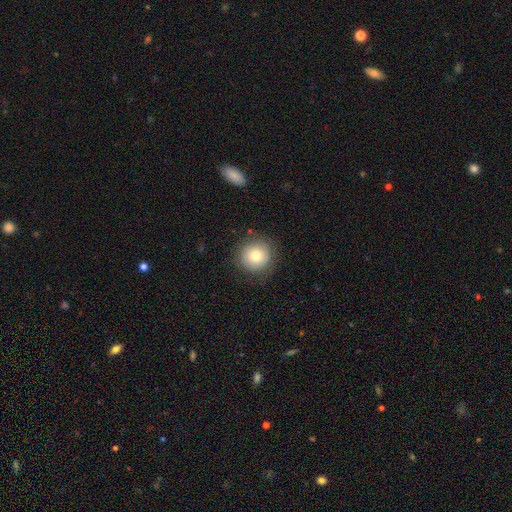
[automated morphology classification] This is likely a smooth galaxy (78%). How rounded: clearly round (93%). Merging: clearly none (85%).